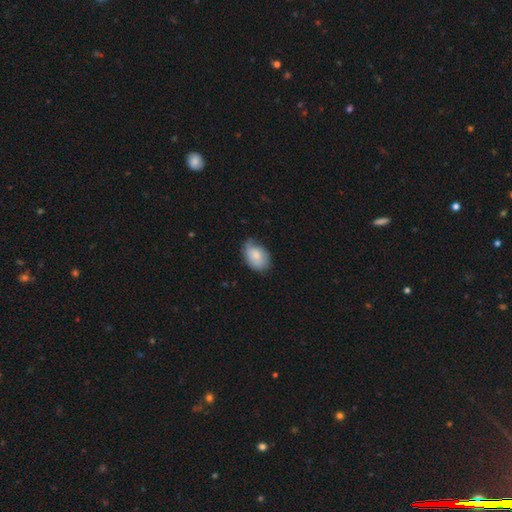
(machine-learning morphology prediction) The model was most divided on "merging": none: 56%, minor disturbance: 34%, major disturbance: 8%, merger: 1%. More confident: how rounded — in between (82%); smooth or featured — smooth (76%).